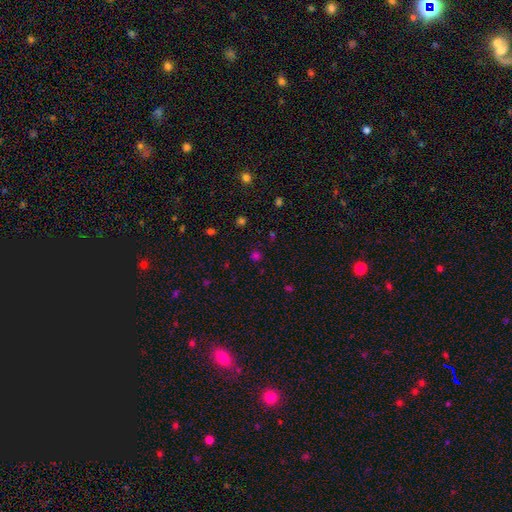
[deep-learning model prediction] Smooth or featured? smooth (59%)
How rounded? round (88%)
Merging? none (84%)